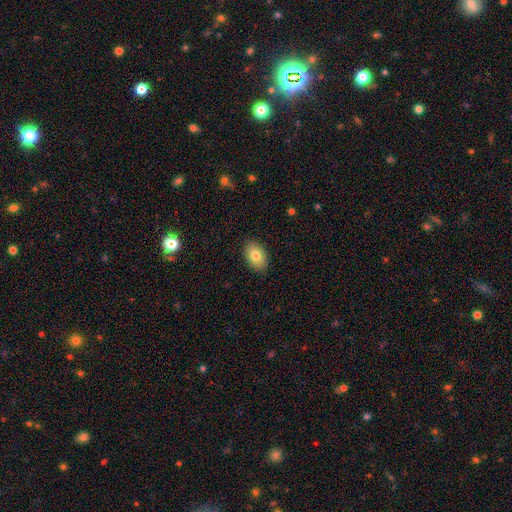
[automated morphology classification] Smooth or featured: smooth — 80% (featured or disk — 12%)
How rounded: in between — 86% (round — 13%)
Merging: none — 88% (minor disturbance — 9%)